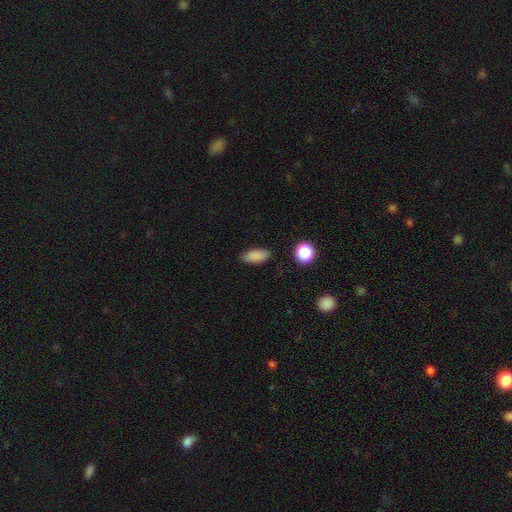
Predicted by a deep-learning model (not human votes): Smooth or featured? smooth (86%)
How rounded? in between (83%)
Merging? none (84%)